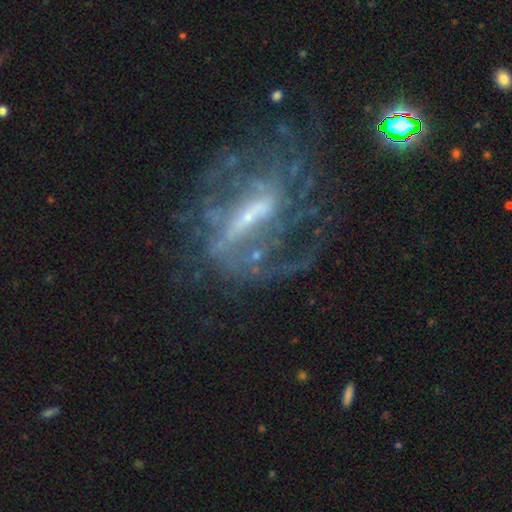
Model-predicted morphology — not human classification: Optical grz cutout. It shows a featured or disk galaxy (84%) with a strong bar (62%), 2 (42%) medium (42%) spiral arms (87%) and a small central bulge (71%). Merging: none (54%).